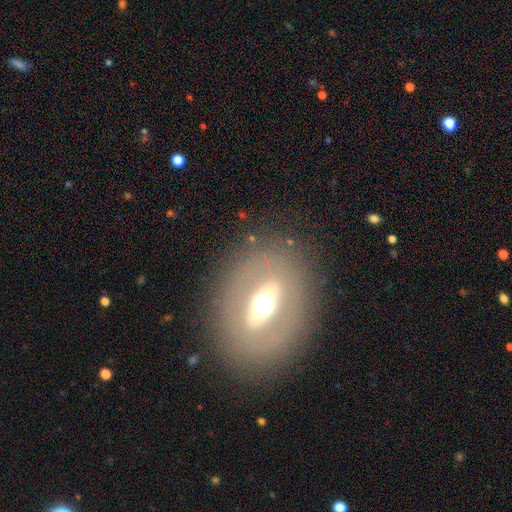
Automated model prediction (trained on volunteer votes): This is likely a featured or disk galaxy (60%). It is likely not viewed edge-on (76%). Merging: clearly none (82%).